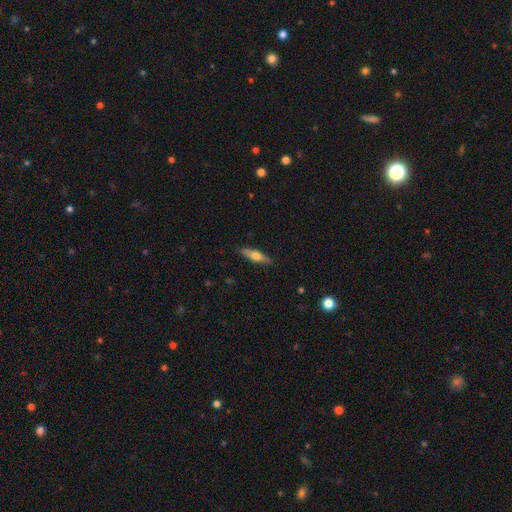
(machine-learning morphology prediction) type=featured or disk (50%); edge-on=yes (92%); merging=none (89%).